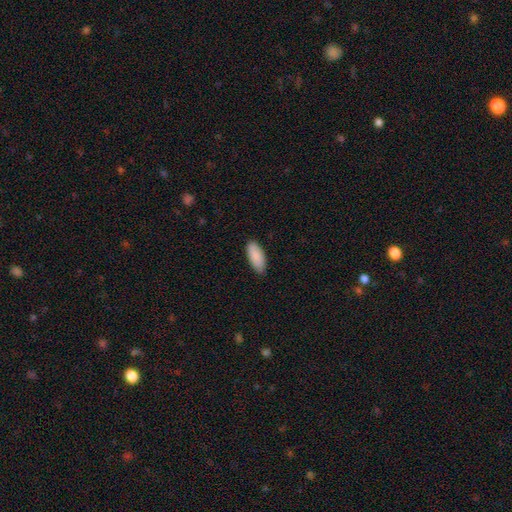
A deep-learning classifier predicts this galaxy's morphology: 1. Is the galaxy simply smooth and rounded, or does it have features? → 90% smooth, 5% star or artifact, 5% featured or disk.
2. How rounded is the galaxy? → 85% in between, 14% cigar-shaped, 2% round.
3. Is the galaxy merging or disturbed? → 85% none, 12% minor disturbance, 2% major disturbance, 1% merger.